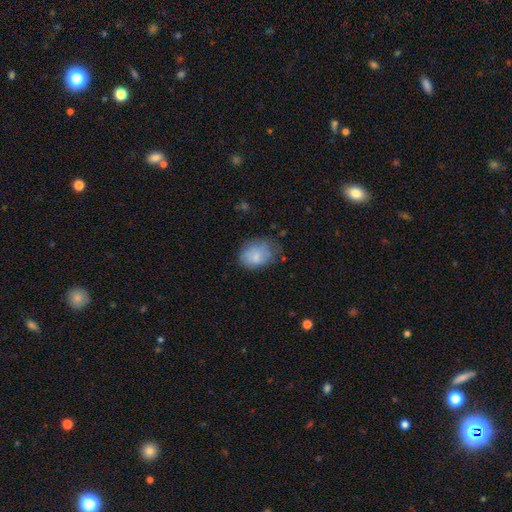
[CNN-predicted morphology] smooth-or-featured: smooth: 77% | featured or disk: 15% | star or artifact: 8%
  how-rounded: in between: 64% | round: 35% | cigar-shaped: 1%
  merging: none: 56% | minor disturbance: 31% | major disturbance: 11% | merger: 2%